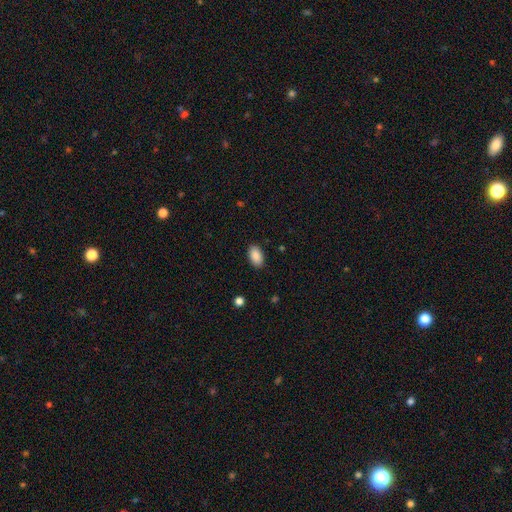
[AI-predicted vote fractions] Smooth or featured? smooth (89%)
How rounded? in between (94%)
Merging? none (88%)